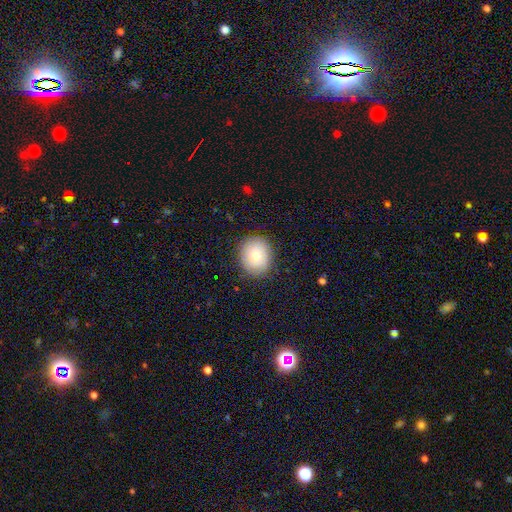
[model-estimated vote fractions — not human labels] A smooth galaxy with no disk features (72%) that is round (74%).

Vote fractions:
- Smooth or featured? smooth: 72% / featured or disk: 19% / star or artifact: 9%
- How rounded? round: 74% / in between: 25% / cigar-shaped: 1%
- Merging? none: 86% / minor disturbance: 10% / major disturbance: 3% / merger: 1%